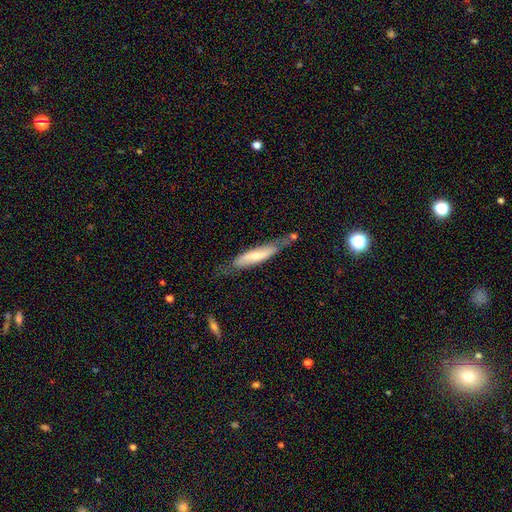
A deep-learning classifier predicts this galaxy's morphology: smooth-or-featured: smooth: 55% | featured or disk: 40% | star or artifact: 6%
  how-rounded: cigar-shaped: 83% | in between: 16% | round: 1%
  merging: none: 55% | minor disturbance: 29% | major disturbance: 10% | merger: 6%